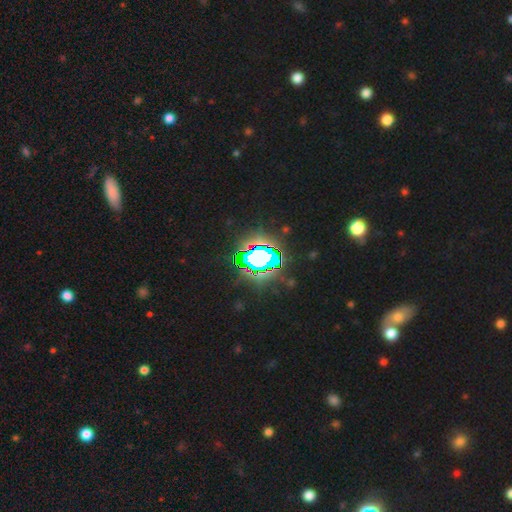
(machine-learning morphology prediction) A star or artifact, not a galaxy (75%).